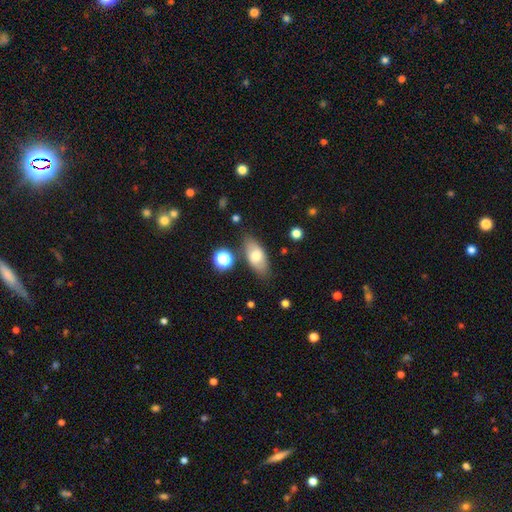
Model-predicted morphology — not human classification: This appears to be a smooth galaxy with no disk features (70%) that is in between round and cigar-shaped (85%). Merging: none (79%).